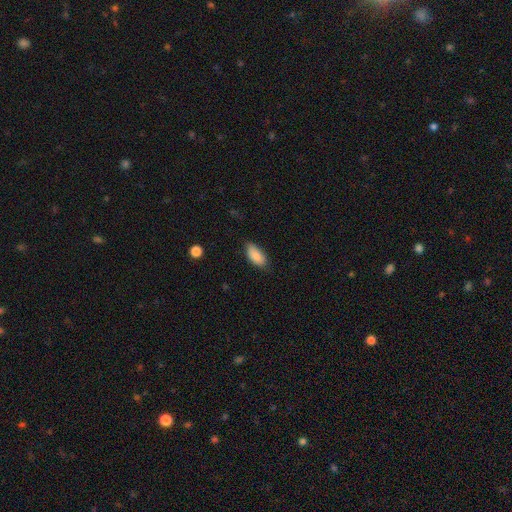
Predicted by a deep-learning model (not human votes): This is clearly a smooth galaxy (86%). How rounded: clearly in between (91%). Merging: likely none (75%).